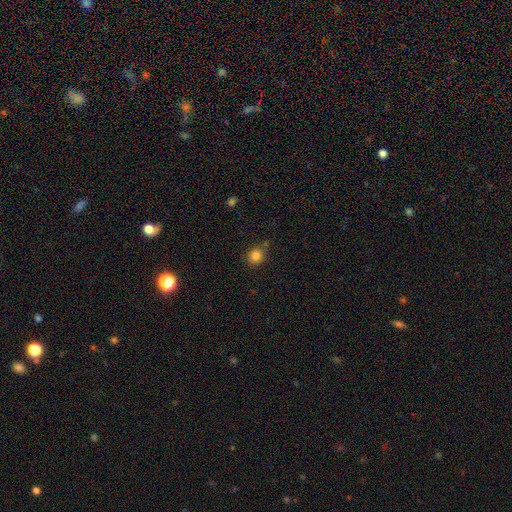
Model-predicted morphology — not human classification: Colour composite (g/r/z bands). It shows a smooth galaxy with no disk features (84%) that is round (83%). Merging: none (77%).